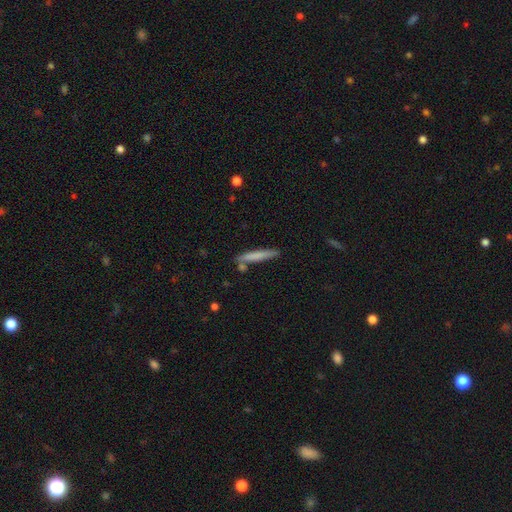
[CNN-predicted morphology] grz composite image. It shows a smooth galaxy with no disk features (71%) that is cigar-shaped (94%). Merging: none (80%).